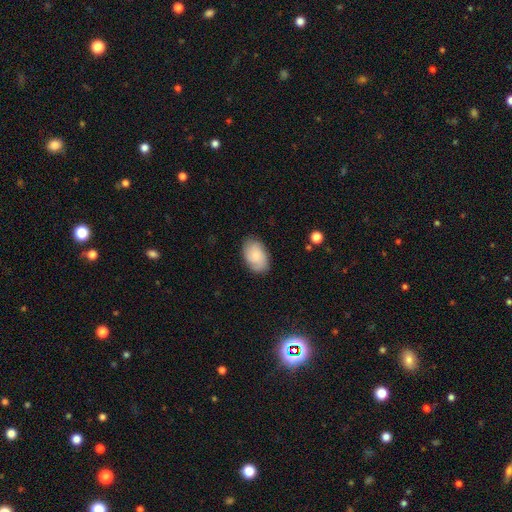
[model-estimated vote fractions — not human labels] Overall: smooth (71%). How rounded: in between (91%). Merging: none (82%).